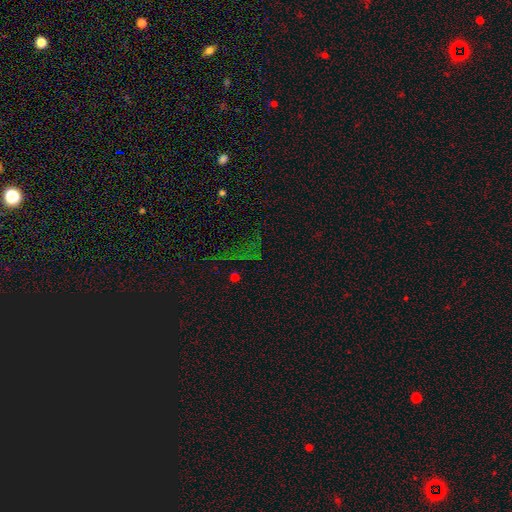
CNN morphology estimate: The model was most divided on "smooth or featured": star or artifact: 70%, smooth: 18%, featured or disk: 12%.